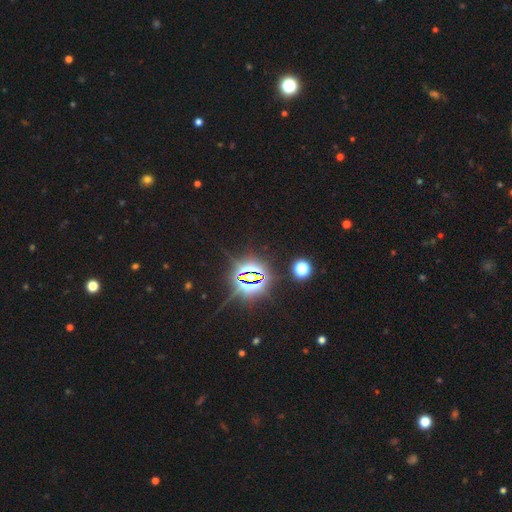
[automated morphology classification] A star or artifact, not a galaxy (83%).